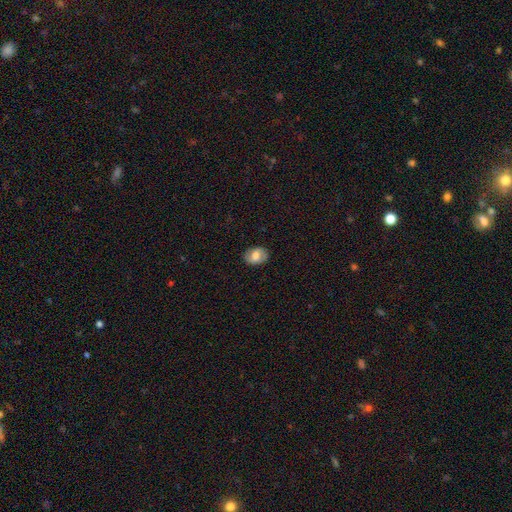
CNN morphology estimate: Smooth or featured? smooth (68%)
How rounded? in between (71%)
Merging? none (84%)